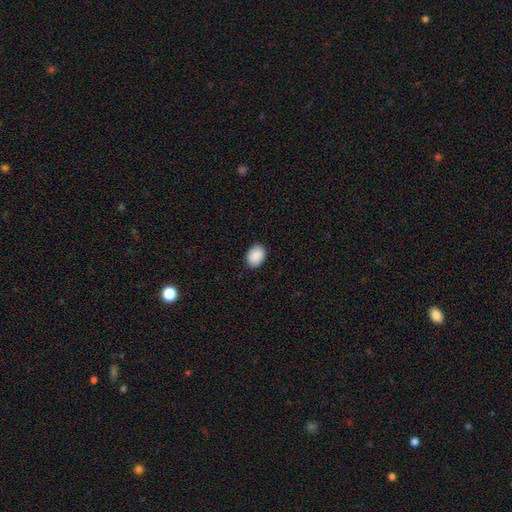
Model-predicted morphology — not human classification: The model was most divided on "how rounded": in between: 73%, round: 26%, cigar-shaped: 1%. More confident: smooth or featured — smooth (91%); merging — none (90%).